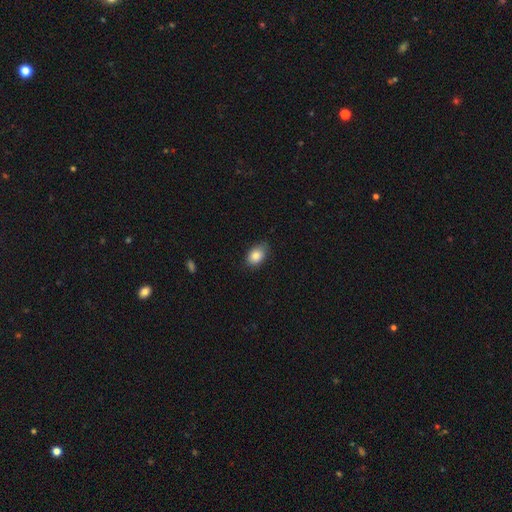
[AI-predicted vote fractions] Overall: smooth (84%). How rounded: in between (84%). Merging: none (76%).